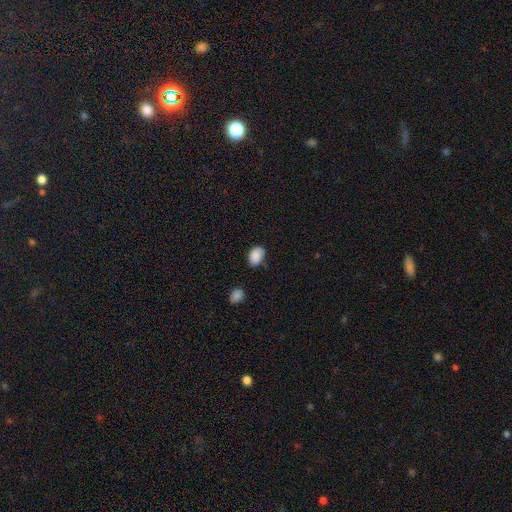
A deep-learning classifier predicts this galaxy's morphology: A smooth galaxy with no disk features (89%) that is in between round and cigar-shaped (84%).

Vote fractions:
- Smooth or featured? smooth: 89% / star or artifact: 8% / featured or disk: 4%
- How rounded? in between: 84% / round: 14% / cigar-shaped: 1%
- Merging? none: 73% / minor disturbance: 21% / major disturbance: 4% / merger: 3%